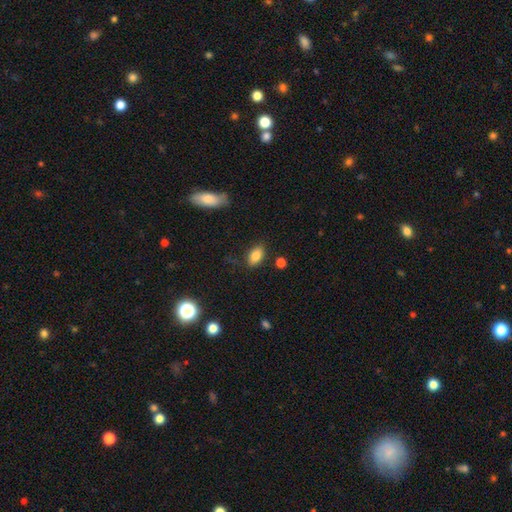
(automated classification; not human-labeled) The model was most divided on "merging": none: 81%, minor disturbance: 13%, major disturbance: 3%, merger: 3%. More confident: how rounded — in between (89%); smooth or featured — smooth (84%).